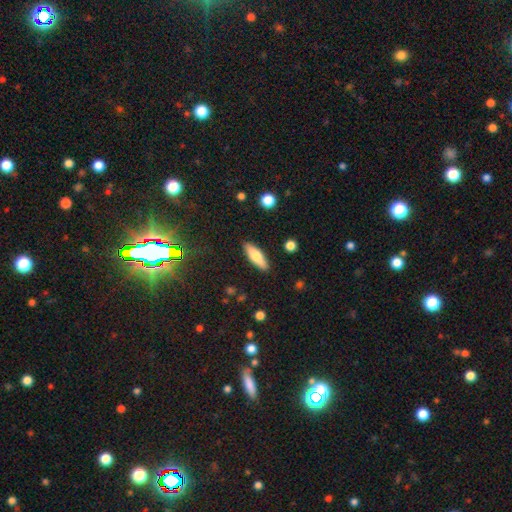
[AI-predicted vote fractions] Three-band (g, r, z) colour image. It shows a smooth galaxy with no disk features (67%) that is in between round and cigar-shaped (49%). Merging: none (88%).